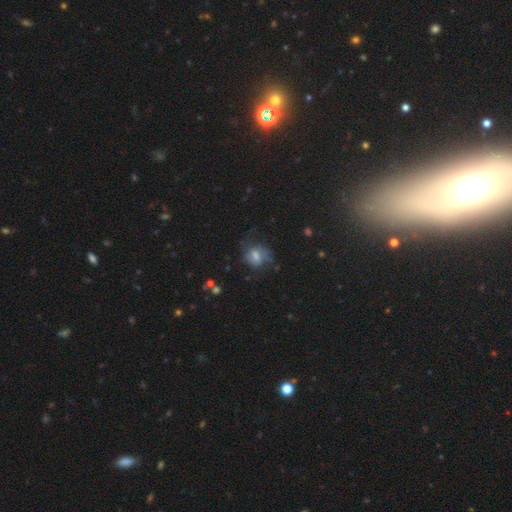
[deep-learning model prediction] Q: Smooth or featured?
A: smooth (43%); runner-up: featured or disk (40%)
Q: Merging?
A: none (56%); runner-up: minor disturbance (24%)